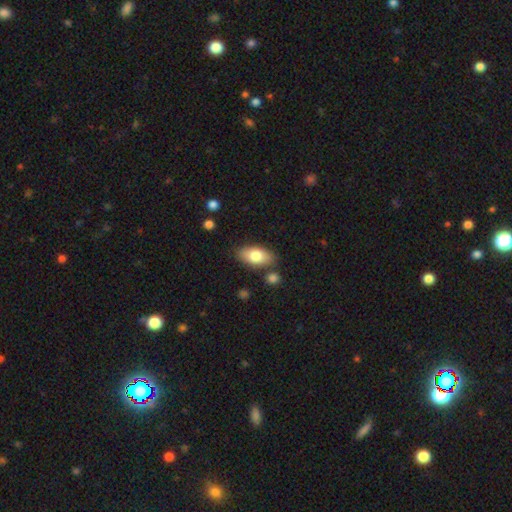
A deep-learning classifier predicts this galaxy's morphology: smooth-or-featured: smooth: 78% | featured or disk: 16% | star or artifact: 6%
  how-rounded: in between: 91% | cigar-shaped: 5% | round: 4%
  merging: none: 80% | minor disturbance: 12% | merger: 5% | major disturbance: 3%